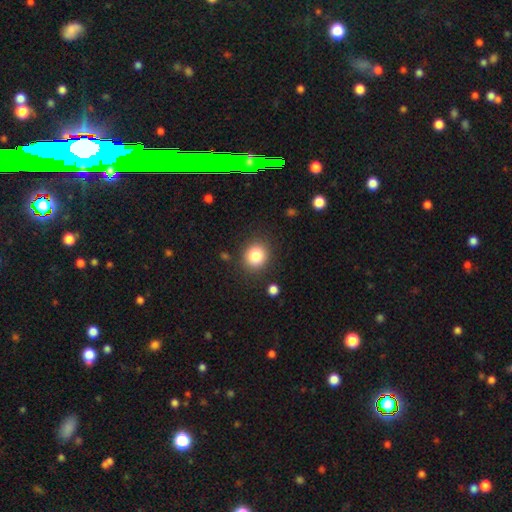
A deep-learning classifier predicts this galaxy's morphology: A smooth galaxy with no disk features (83%) that is round (83%). Merging: none (88%).